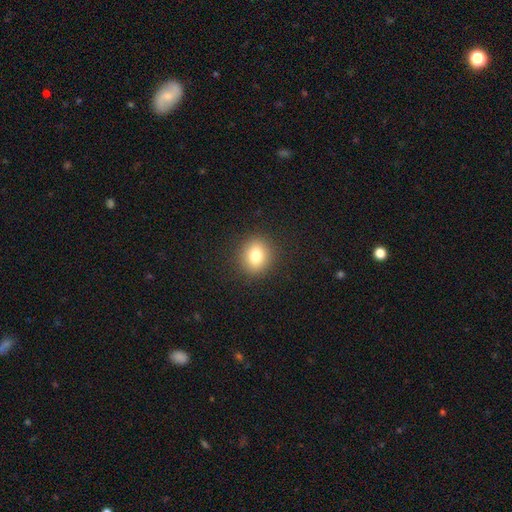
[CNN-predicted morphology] type=smooth (79%); roundness=round (78%); merging=none (91%).